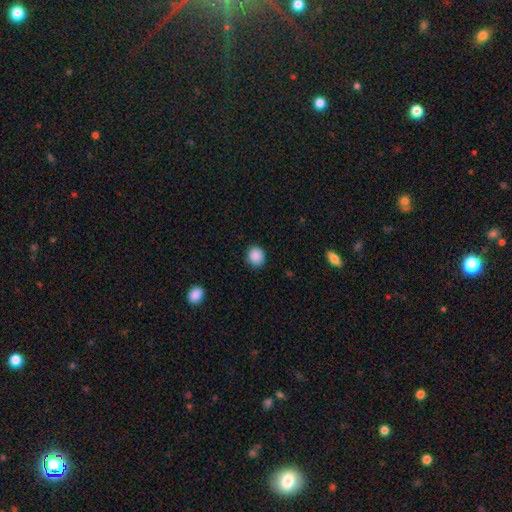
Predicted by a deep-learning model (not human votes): The model was most divided on "how rounded": round: 79%, in between: 20%, cigar-shaped: 1%. More confident: smooth or featured — smooth (89%); merging — none (87%).